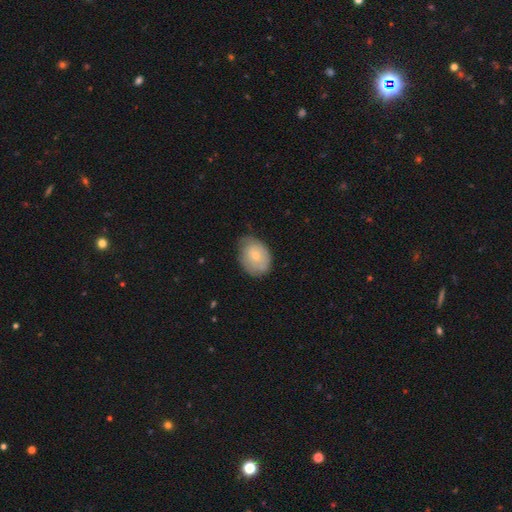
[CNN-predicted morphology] A smooth galaxy with no disk features (62%) that is in between round and cigar-shaped (65%).

Vote fractions:
- Smooth or featured? smooth: 62% / featured or disk: 31% / star or artifact: 7%
- How rounded? in between: 65% / round: 34% / cigar-shaped: 1%
- Merging? none: 59% / minor disturbance: 32% / major disturbance: 7% / merger: 1%